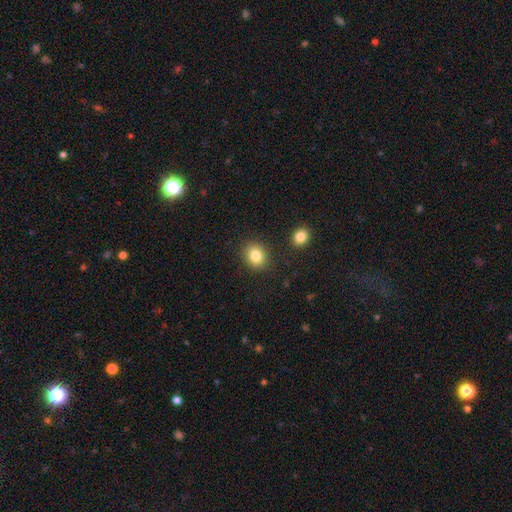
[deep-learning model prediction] smooth 83%, star or artifact 10%, featured or disk 7%. Down the decision tree: how rounded — round (66%); merging — none (87%).